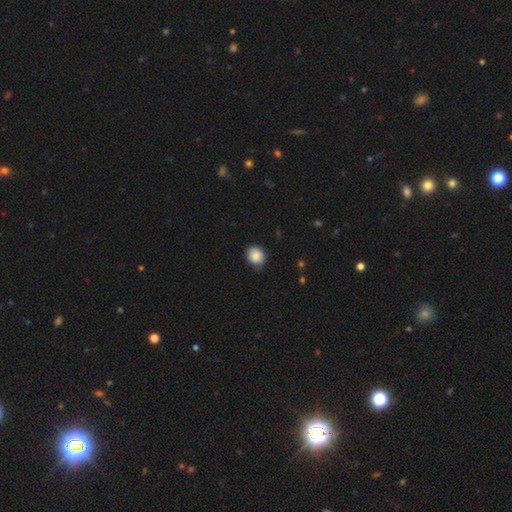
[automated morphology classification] Smooth or featured? Predicted: smooth (p=0.87). How rounded? Predicted: round (p=0.64). Merging? Predicted: none (p=0.77).